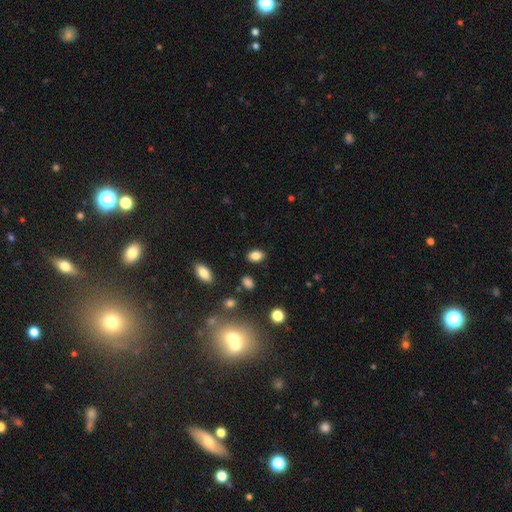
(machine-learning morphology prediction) This appears to be a smooth galaxy with no disk features (84%) that is in between round and cigar-shaped (82%). Merging: none (86%).